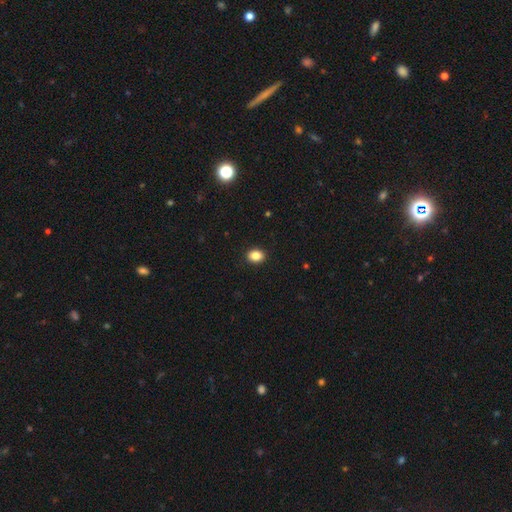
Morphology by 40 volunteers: Q: Smooth or featured?
A: smooth (85%); runner-up: star or artifact (12%)
Q: How rounded?
A: round (59%); runner-up: in between (41%)
Q: Merging?
A: none (89%); runner-up: minor disturbance (6%)